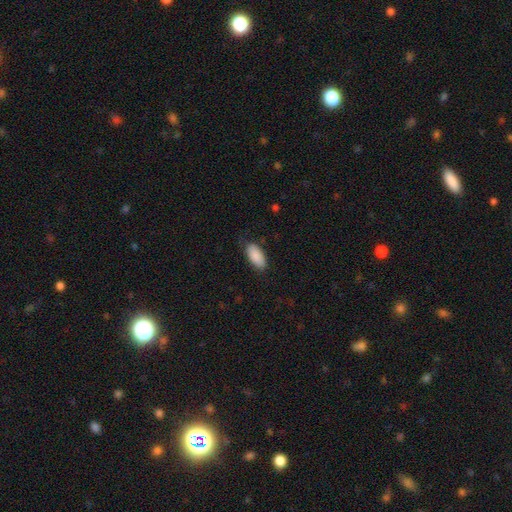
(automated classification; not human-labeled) smooth 89%, star or artifact 6%, featured or disk 5%. Down the decision tree: how rounded — in between (90%); merging — none (80%).